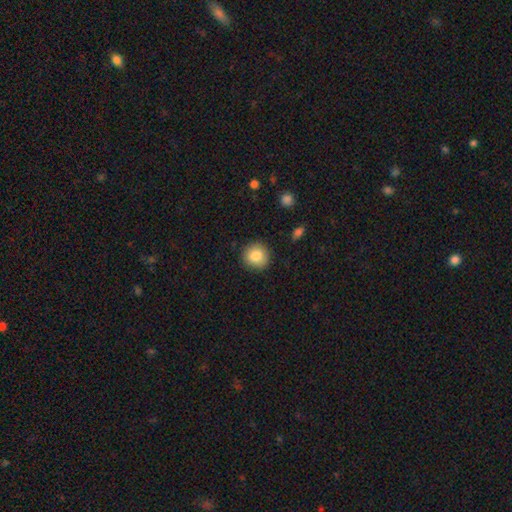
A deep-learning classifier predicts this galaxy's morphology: smooth 84%, star or artifact 9%, featured or disk 8%. Down the decision tree: how rounded — round (91%); merging — none (89%).